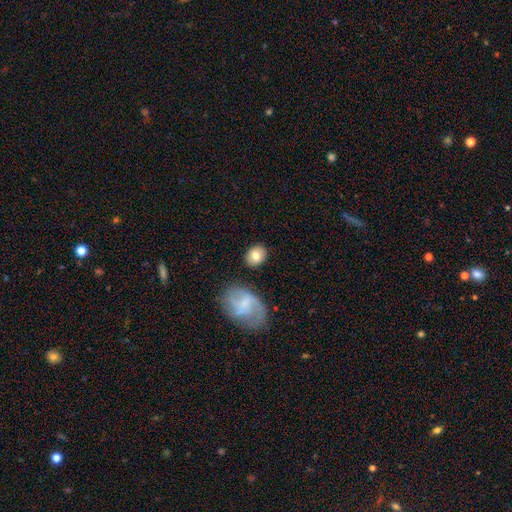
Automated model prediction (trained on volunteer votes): Smooth or featured? smooth (77%)
How rounded? in between (50%)
Merging? none (81%)